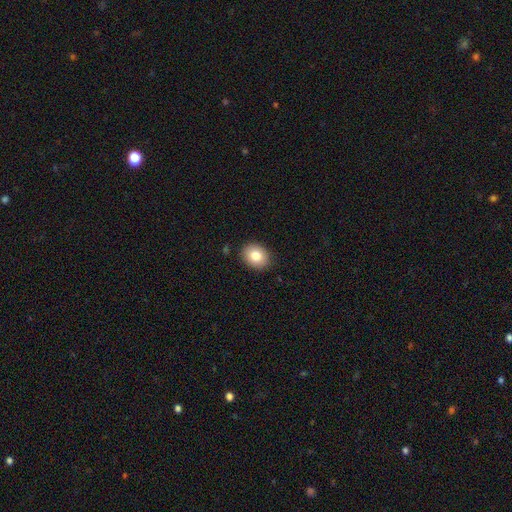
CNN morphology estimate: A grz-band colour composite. It shows a smooth galaxy with no disk features (81%) that is round (50%). Merging: none (89%).